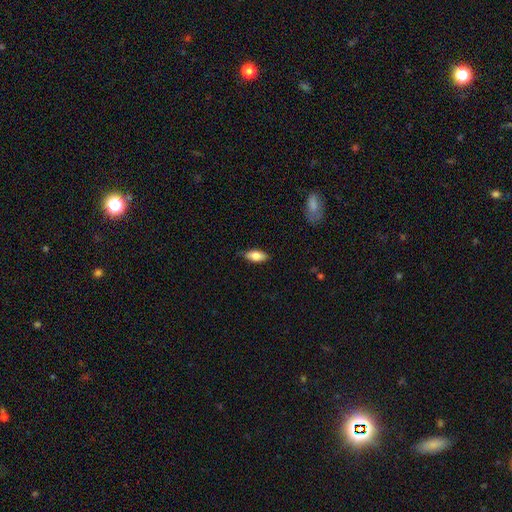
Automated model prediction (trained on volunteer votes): smooth_or_featured: smooth (p=0.79) [alt: featured or disk p=0.14]
how_rounded: in between (p=0.83) [alt: cigar-shaped p=0.15]
merging: none (p=0.82) [alt: minor disturbance p=0.14]